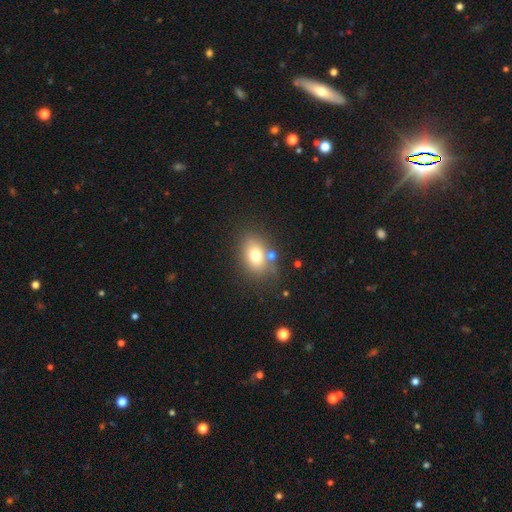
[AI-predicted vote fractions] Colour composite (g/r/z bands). It shows a smooth galaxy with no disk features (73%) that is in between round and cigar-shaped (71%). Merging: none (71%).